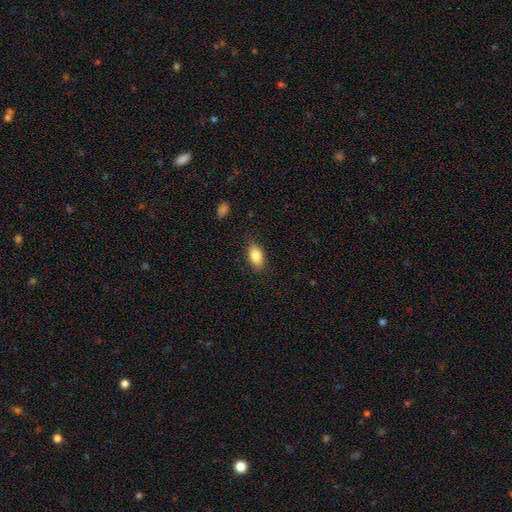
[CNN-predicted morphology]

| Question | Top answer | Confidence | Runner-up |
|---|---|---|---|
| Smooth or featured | smooth | 85% | featured or disk (8%) |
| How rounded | in between | 90% | round (5%) |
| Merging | none | 84% | minor disturbance (12%) |